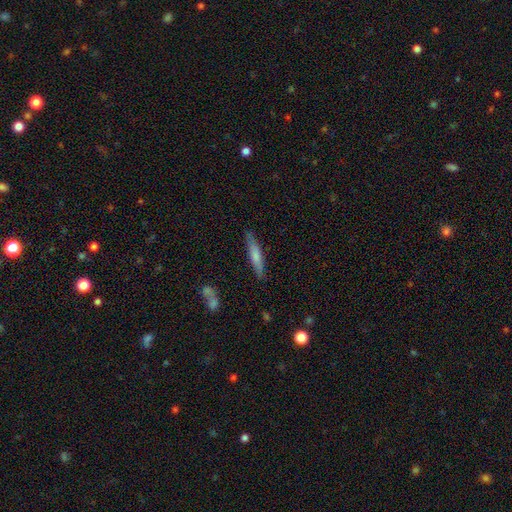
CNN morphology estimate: Overall: smooth (66%; featured or disk 28%). How rounded: cigar-shaped (86%). Merging: none (82%).